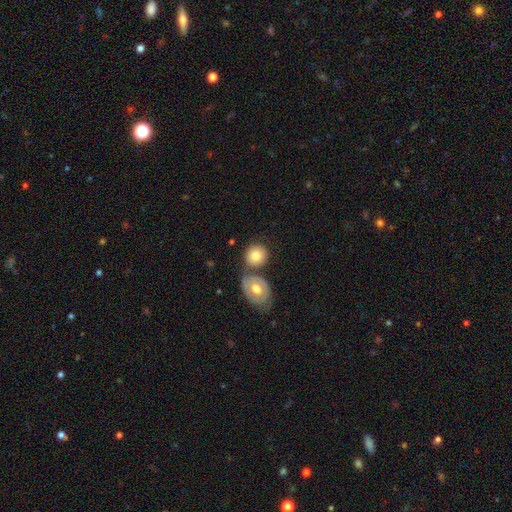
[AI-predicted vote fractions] Overall: smooth (74%). How rounded: round (77%). Merging: none (53%; merger 30%).